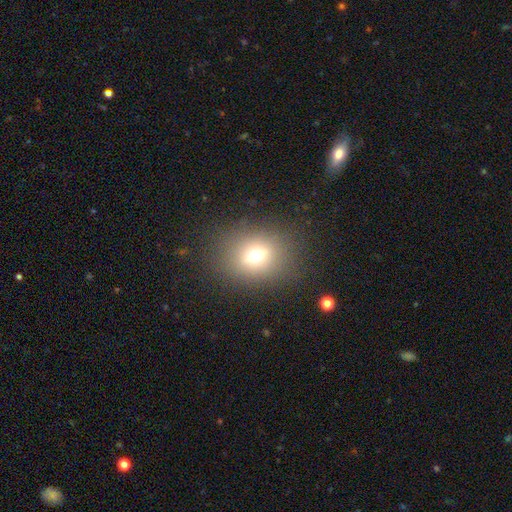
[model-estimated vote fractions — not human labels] This appears to be a smooth galaxy with no disk features (66%) that is round (58%). Merging: none (83%).